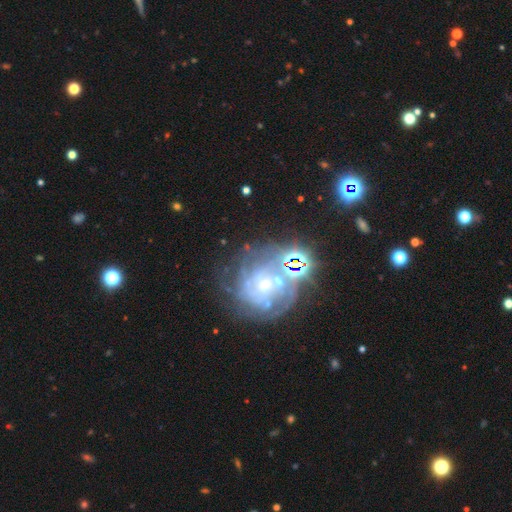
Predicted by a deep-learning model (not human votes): Morphology: type=featured or disk (59%); edge-on=no (95%); bar=no (69%); spiral arms=yes (66%); bulge=small (63%); merging=none (45%).